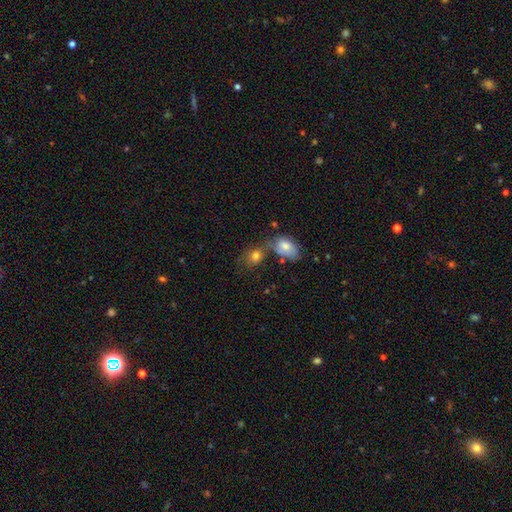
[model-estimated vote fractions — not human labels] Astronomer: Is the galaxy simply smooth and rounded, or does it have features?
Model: smooth — 79%.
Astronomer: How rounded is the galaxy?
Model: in between — 59% (runner-up: round, 39%).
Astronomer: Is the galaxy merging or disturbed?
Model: none — 44% (runner-up: merger, 32%).